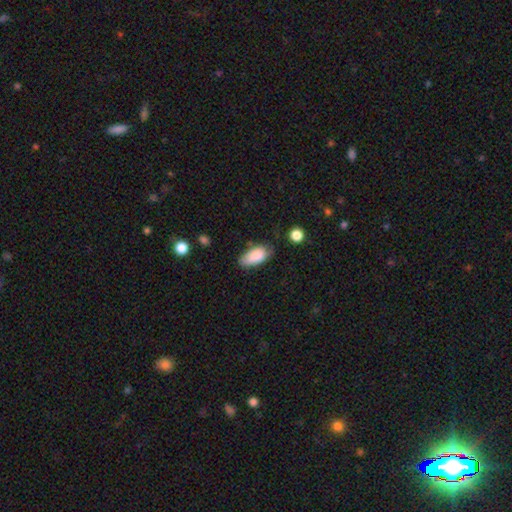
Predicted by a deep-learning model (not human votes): Smooth or featured?
  - smooth: 86% *
  - featured or disk: 7%
  - star or artifact: 7%
How rounded?
  - in between: 92% *
  - cigar-shaped: 5%
  - round: 3%
Merging?
  - none: 59% *
  - minor disturbance: 31%
  - major disturbance: 7%
  - merger: 3%